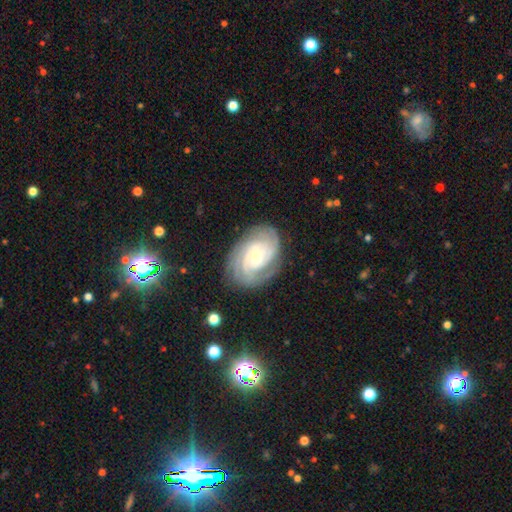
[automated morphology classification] Smooth or featured?
  - featured or disk: 84% *
  - smooth: 10%
  - star or artifact: 5%
Edge-on disk?
  - no: 97% *
  - yes: 3%
Bar?
  - no: 59% *
  - weak: 32%
  - strong: 9%
Spiral arms?
  - yes: 96% *
  - no: 4%
Spiral winding?
  - tight: 71% *
  - medium: 24%
  - loose: 5%
Spiral arm count?
  - can't tell: 28% *
  - 3: 24%
  - 2: 22%
  - 4: 15%
  - more than 4: 6%
  - 1: 6%
Bulge size?
  - small: 64% *
  - moderate: 31%
  - large: 2%
  - none: 1%
  - dominant: 1%
Merging?
  - none: 79% *
  - minor disturbance: 15%
  - major disturbance: 5%
  - merger: 1%